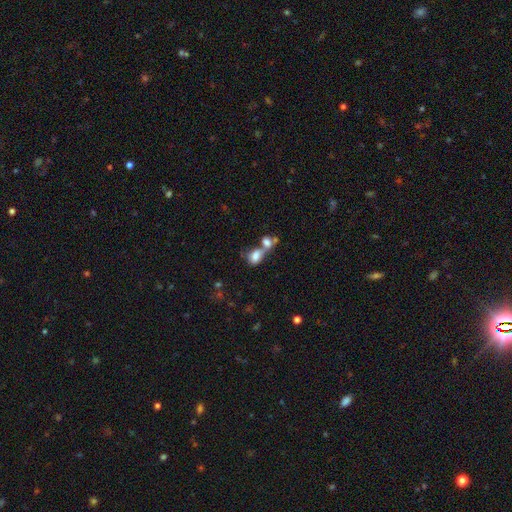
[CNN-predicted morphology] Q: Smooth or featured?
A: smooth (74%); runner-up: featured or disk (15%)
Q: How rounded?
A: in between (78%); runner-up: round (19%)
Q: Merging?
A: merger (67%); runner-up: none (18%)